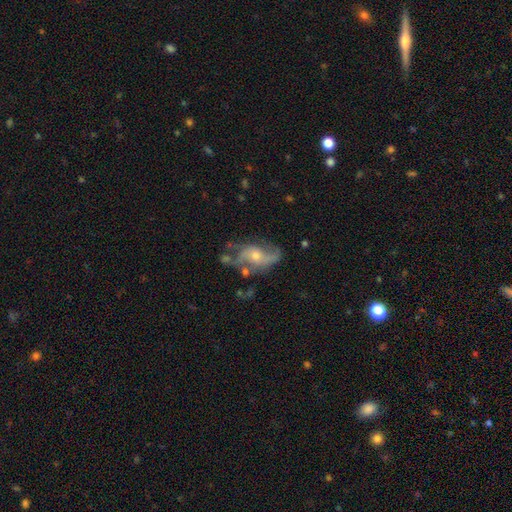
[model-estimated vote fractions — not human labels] featured or disk 76%, smooth 15%, star or artifact 8%. Down the decision tree: edge-on disk — no (95%); bar — no (65%); spiral arms — yes (85%); spiral arm count — 2 (71%); spiral winding — loose (52%); bulge size — moderate (47%); merging — none (52%).